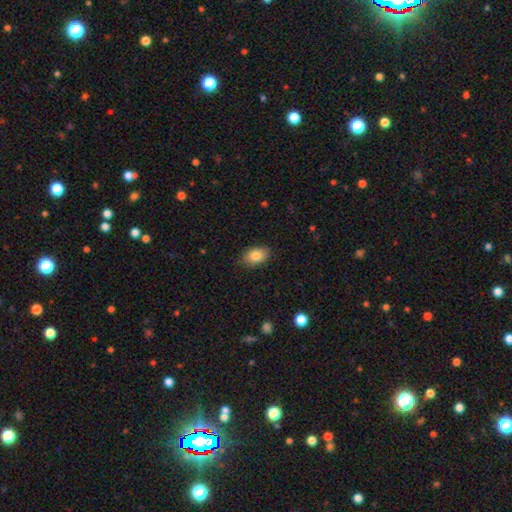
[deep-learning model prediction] Overall: smooth (84%). How rounded: in between (87%). Merging: none (85%).